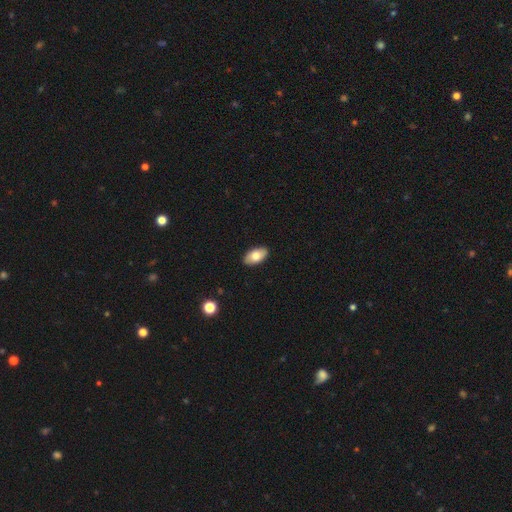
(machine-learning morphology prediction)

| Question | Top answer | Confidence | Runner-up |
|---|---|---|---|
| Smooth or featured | smooth | 77% | featured or disk (16%) |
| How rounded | in between | 94% | round (3%) |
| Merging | none | 89% | minor disturbance (8%) |